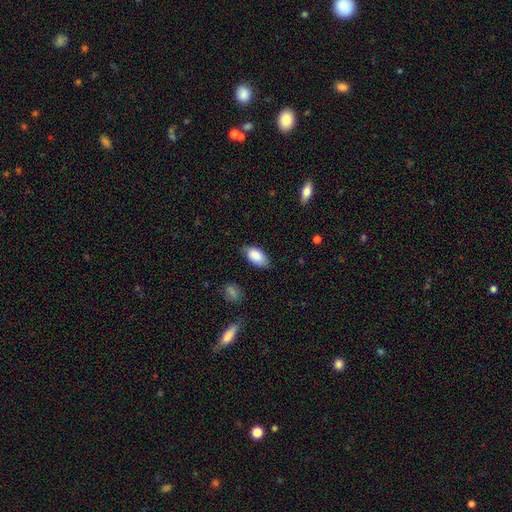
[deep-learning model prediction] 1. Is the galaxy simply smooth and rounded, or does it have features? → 86% smooth, 7% featured or disk, 7% star or artifact.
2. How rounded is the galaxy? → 94% in between, 3% cigar-shaped, 3% round.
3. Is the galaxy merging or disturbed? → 74% none, 21% minor disturbance, 4% major disturbance, 1% merger.